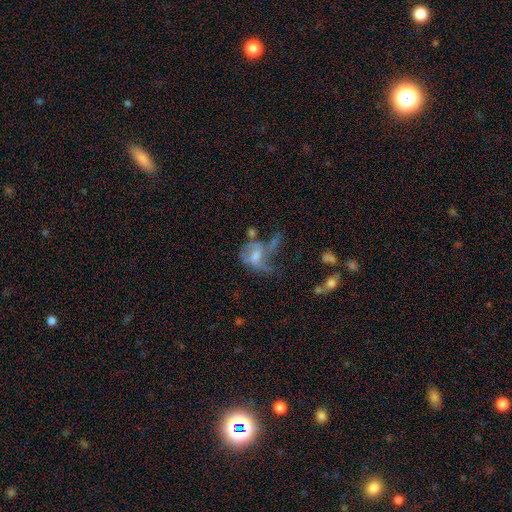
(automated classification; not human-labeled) Smooth or featured? Predicted: featured or disk (p=0.60). Edge-on disk? Predicted: no (p=0.97). Bar? Predicted: no (p=0.59). Spiral arms? Predicted: yes (p=0.54). Bulge size? Predicted: moderate (p=0.52). Merging? Predicted: major disturbance (p=0.45).